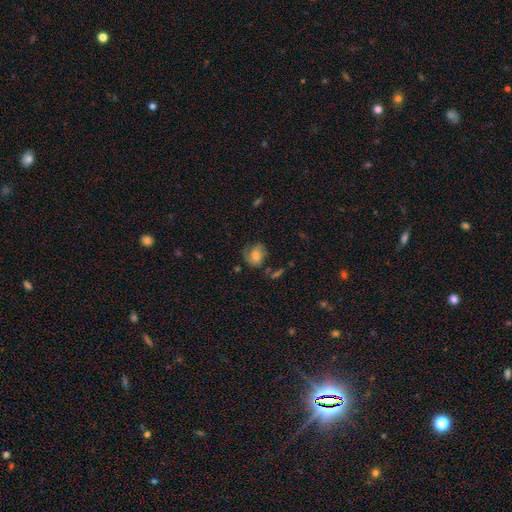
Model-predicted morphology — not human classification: Overall: featured or disk (46%; smooth 45%). Merging: none (53%; minor disturbance 25%).